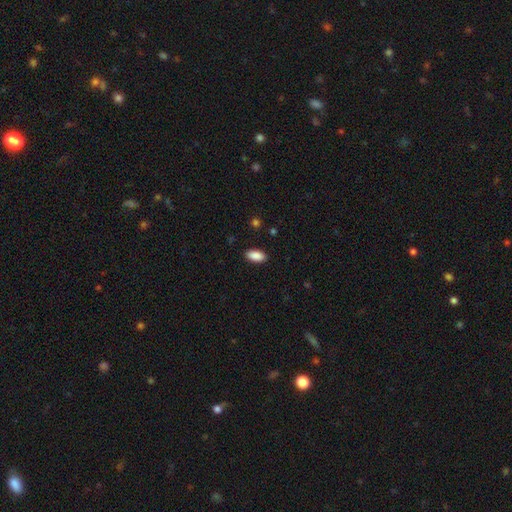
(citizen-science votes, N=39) smooth_or_featured: smooth (p=0.85) [alt: star or artifact p=0.10]
how_rounded: in between (p=1.00)
merging: none (p=0.97) [alt: minor disturbance p=0.03]